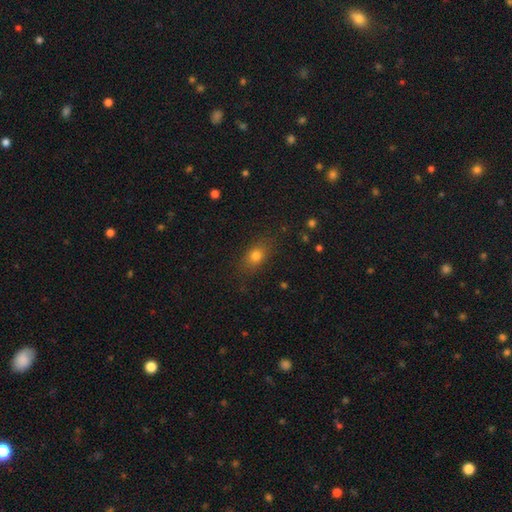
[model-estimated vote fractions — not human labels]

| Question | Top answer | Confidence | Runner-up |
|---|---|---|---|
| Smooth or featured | smooth | 77% | star or artifact (12%) |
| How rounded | in between | 67% | round (26%) |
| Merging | none | 81% | minor disturbance (13%) |